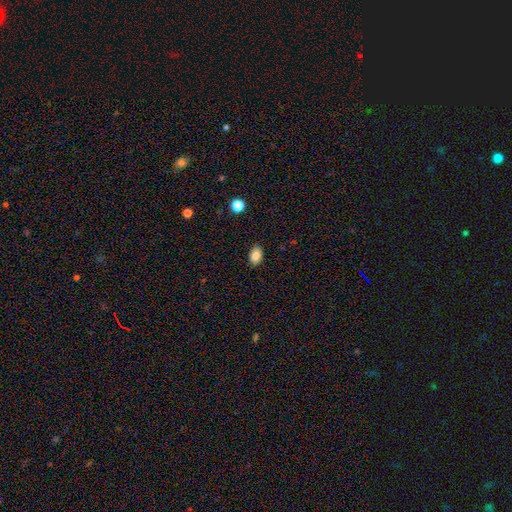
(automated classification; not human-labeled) A smooth galaxy with no disk features (85%) that is in between round and cigar-shaped (88%). Merging: none (86%).